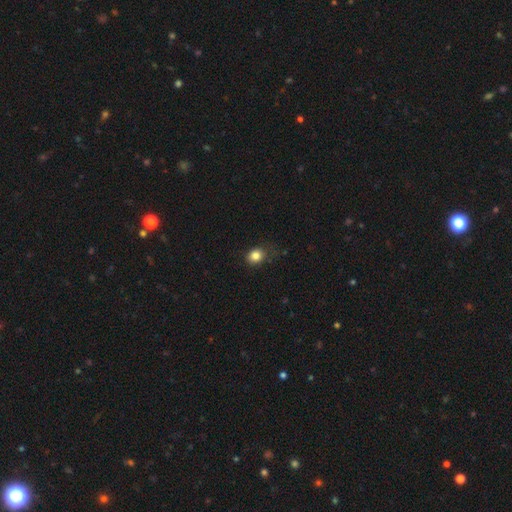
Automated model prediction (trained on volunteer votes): A smooth galaxy with no disk features (84%) that is round (61%).

Vote fractions:
- Smooth or featured? smooth: 84% / star or artifact: 11% / featured or disk: 5%
- How rounded? round: 61% / in between: 38% / cigar-shaped: 1%
- Merging? none: 75% / minor disturbance: 19% / major disturbance: 5% / merger: 1%